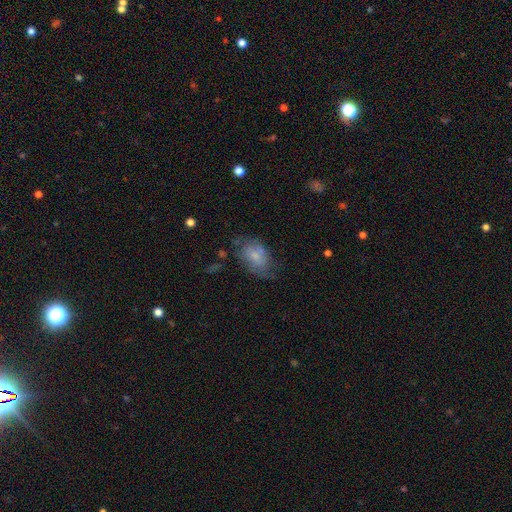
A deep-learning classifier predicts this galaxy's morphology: smooth-or-featured: smooth: 65% | featured or disk: 27% | star or artifact: 8%
  how-rounded: in between: 86% | round: 12% | cigar-shaped: 2%
  merging: none: 48% | minor disturbance: 30% | major disturbance: 16% | merger: 6%